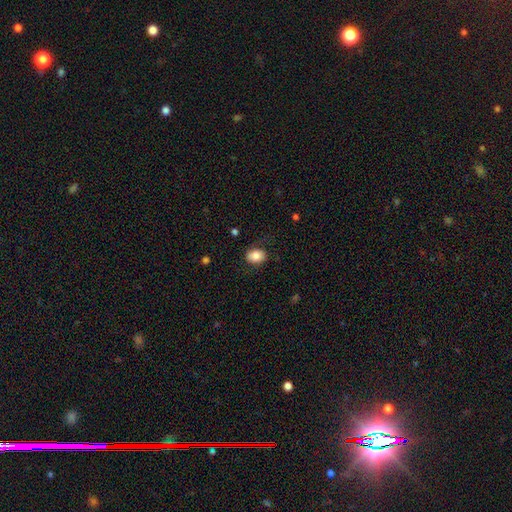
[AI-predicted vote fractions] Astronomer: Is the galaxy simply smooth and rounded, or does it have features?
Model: smooth — 82%.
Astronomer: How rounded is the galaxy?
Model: in between — 67%.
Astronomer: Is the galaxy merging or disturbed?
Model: none — 76%.